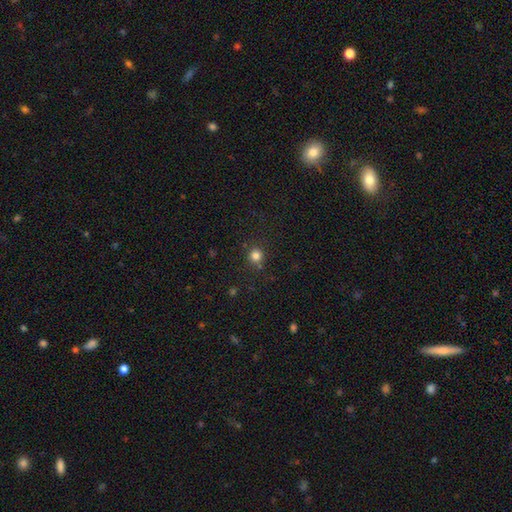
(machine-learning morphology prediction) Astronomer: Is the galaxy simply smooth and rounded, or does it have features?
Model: smooth — 81%.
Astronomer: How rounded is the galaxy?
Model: round — 94%.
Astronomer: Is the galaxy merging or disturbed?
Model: none — 85%.